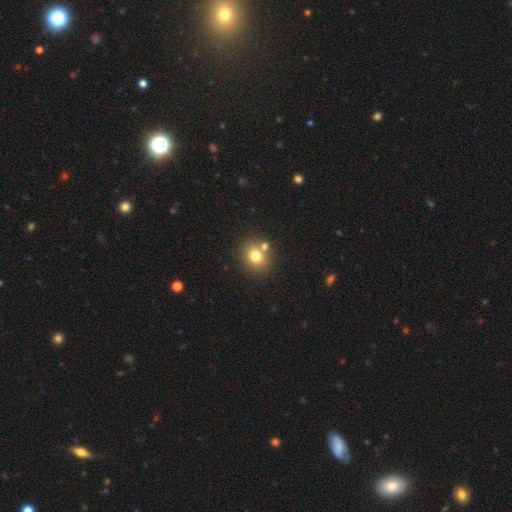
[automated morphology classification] This appears to be a smooth galaxy with no disk features (77%) that is round (69%). Merging: none (70%).